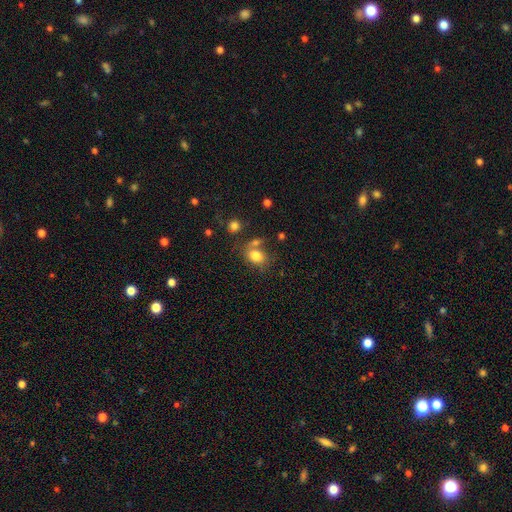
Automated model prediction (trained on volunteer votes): A smooth galaxy with no disk features (79%) that is in between round and cigar-shaped (62%).

Vote fractions:
- Smooth or featured? smooth: 79% / star or artifact: 11% / featured or disk: 11%
- How rounded? in between: 62% / round: 37% / cigar-shaped: 1%
- Merging? none: 53% / merger: 24% / minor disturbance: 16% / major disturbance: 7%